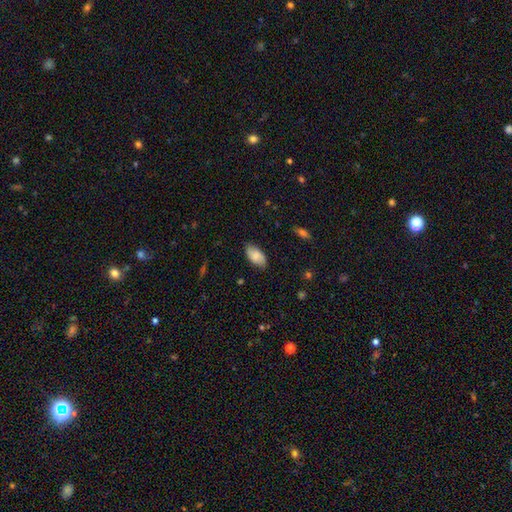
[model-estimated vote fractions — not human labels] smooth-or-featured: smooth: 79% | featured or disk: 14% | star or artifact: 7%
  how-rounded: in between: 95% | cigar-shaped: 3% | round: 3%
  merging: none: 81% | minor disturbance: 15% | major disturbance: 3% | merger: 1%